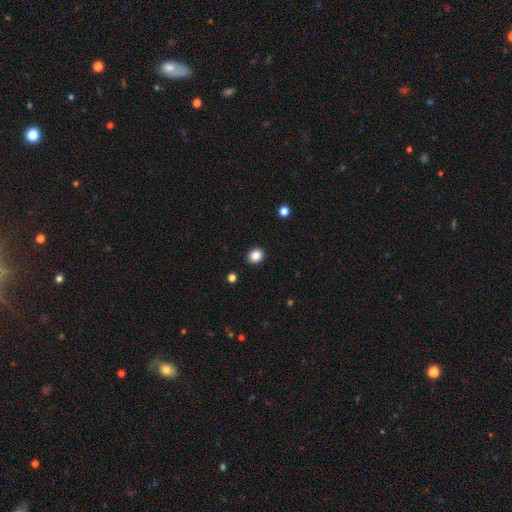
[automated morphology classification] Overall: smooth (86%). How rounded: round (71%). Merging: none (91%).